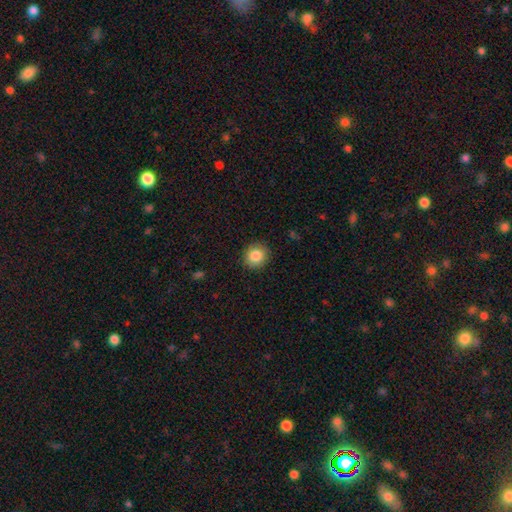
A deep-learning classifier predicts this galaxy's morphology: Smooth or featured? Predicted: smooth (p=0.85). How rounded? Predicted: round (p=0.82). Merging? Predicted: none (p=0.90).